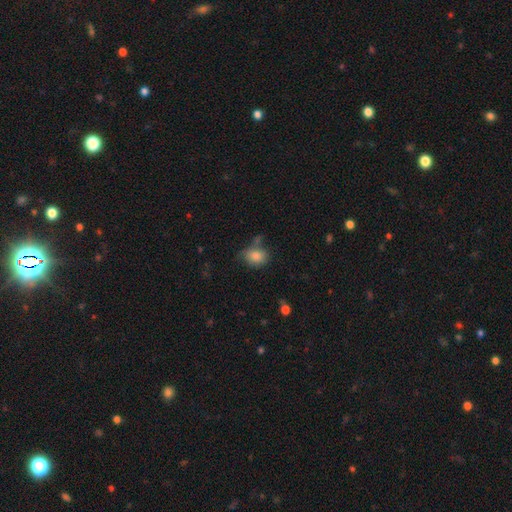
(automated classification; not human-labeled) Morphology: type=smooth (83%); roundness=in between (62%); merging=none (55%).